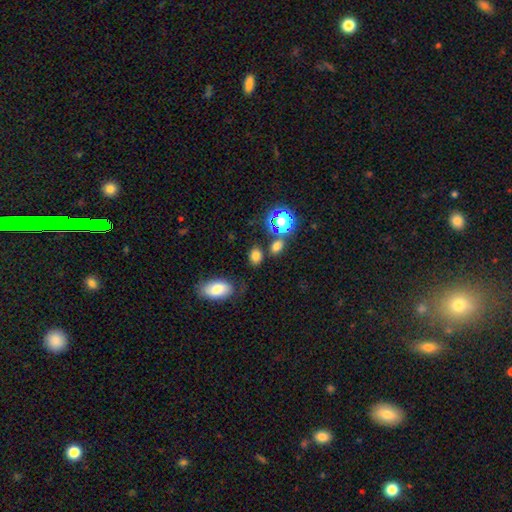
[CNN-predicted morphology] Smooth or featured: smooth — 76% (star or artifact — 18%)
How rounded: in between — 70% (round — 28%)
Merging: none — 76% (minor disturbance — 13%)